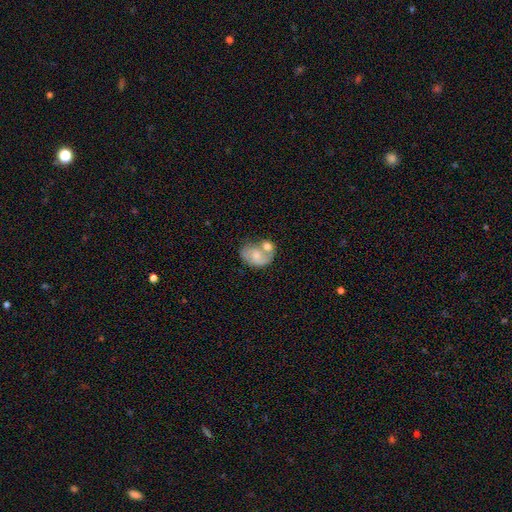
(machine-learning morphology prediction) featured or disk 48%, smooth 45%, star or artifact 7%. Down the decision tree: merging — merger (46%).